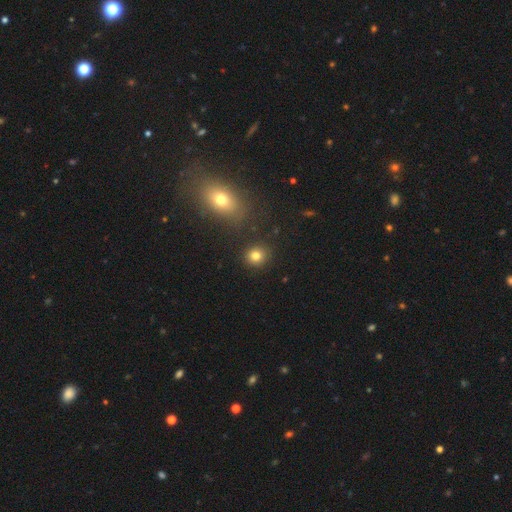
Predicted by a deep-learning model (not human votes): A smooth galaxy with no disk features (80%) that is round (84%).

Vote fractions:
- Smooth or featured? smooth: 80% / star or artifact: 13% / featured or disk: 7%
- How rounded? round: 84% / in between: 15% / cigar-shaped: 1%
- Merging? none: 87% / minor disturbance: 7% / merger: 3% / major disturbance: 3%